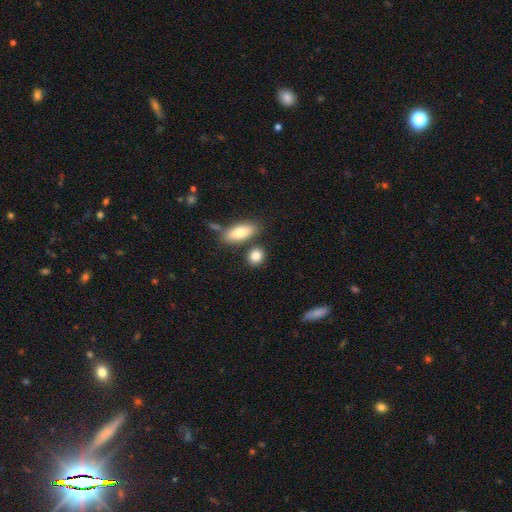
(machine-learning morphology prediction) smooth 84%, star or artifact 8%, featured or disk 8%. Down the decision tree: how rounded — round (52%); merging — none (71%).